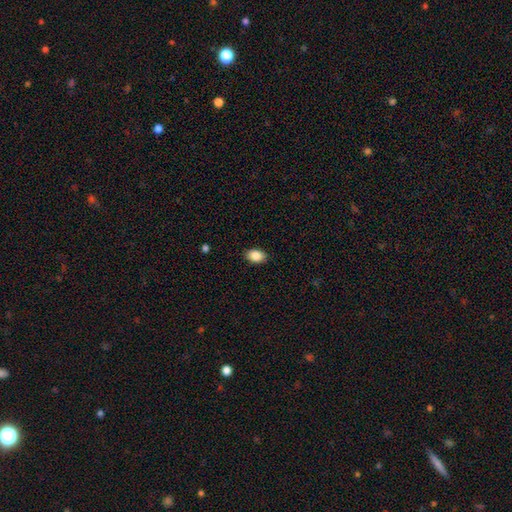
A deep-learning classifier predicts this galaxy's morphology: Smooth or featured? Predicted: smooth (p=0.87). How rounded? Predicted: in between (p=0.85). Merging? Predicted: none (p=0.89).